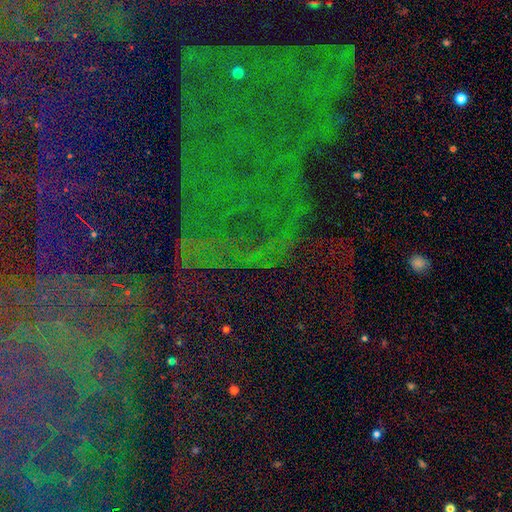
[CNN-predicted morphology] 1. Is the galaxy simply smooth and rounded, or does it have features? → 80% star or artifact, 10% featured or disk, 9% smooth.